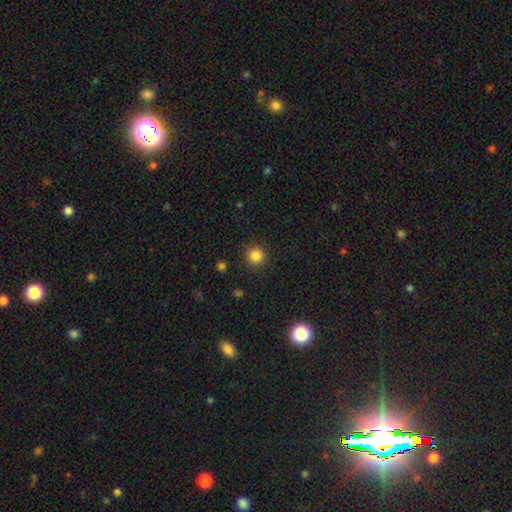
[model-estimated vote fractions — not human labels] The model was most divided on "smooth or featured": smooth: 84%, star or artifact: 12%, featured or disk: 4%. More confident: how rounded — round (94%); merging — none (91%).